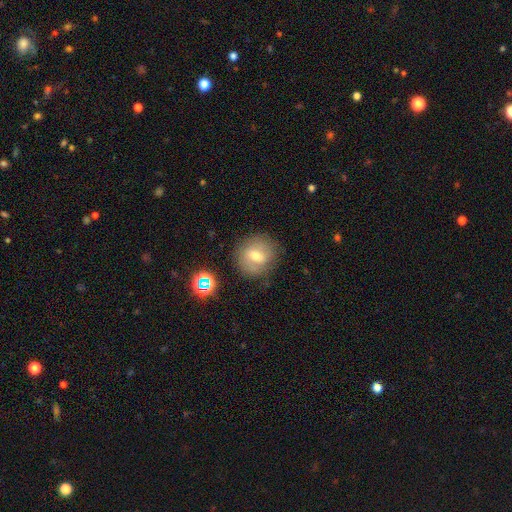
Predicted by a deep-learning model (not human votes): A smooth galaxy with no disk features (56%) that is round (83%).

Vote fractions:
- Smooth or featured? smooth: 56% / featured or disk: 32% / star or artifact: 13%
- How rounded? round: 83% / in between: 16% / cigar-shaped: 1%
- Merging? none: 75% / minor disturbance: 16% / major disturbance: 6% / merger: 3%